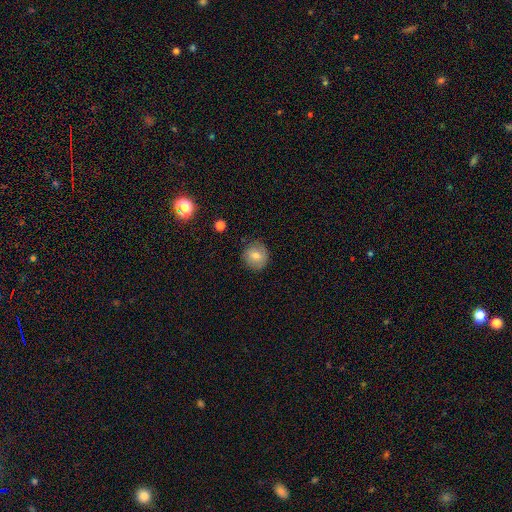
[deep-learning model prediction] This is likely a smooth galaxy (73%). How rounded: clearly round (87%). Merging: clearly none (81%).